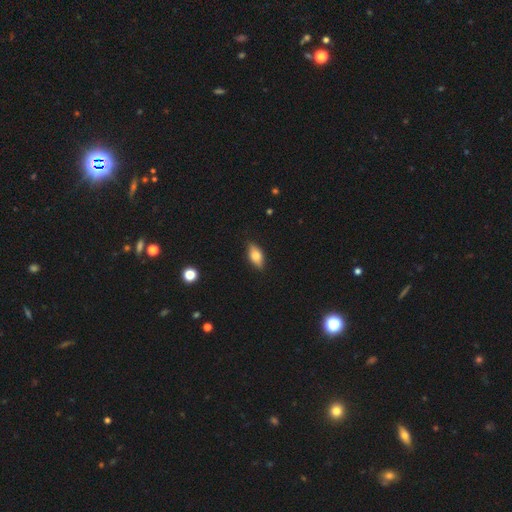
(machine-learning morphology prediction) Overall: smooth (70%). How rounded: in between (85%). Merging: none (84%).